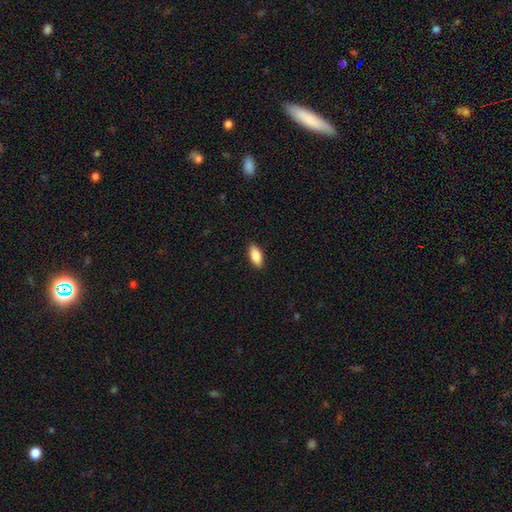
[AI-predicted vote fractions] Smooth or featured: smooth — 87% (featured or disk — 7%)
How rounded: in between — 89% (cigar-shaped — 9%)
Merging: none — 90% (minor disturbance — 7%)